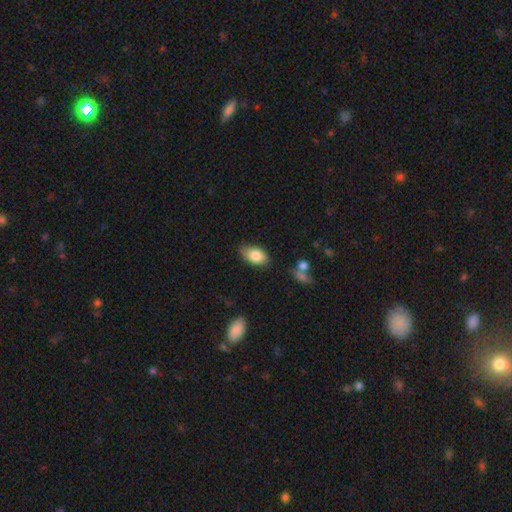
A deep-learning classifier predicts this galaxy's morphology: Smooth or featured?
  - smooth: 83% *
  - featured or disk: 10%
  - star or artifact: 7%
How rounded?
  - in between: 91% *
  - round: 7%
  - cigar-shaped: 2%
Merging?
  - none: 70% *
  - minor disturbance: 23%
  - major disturbance: 4%
  - merger: 2%